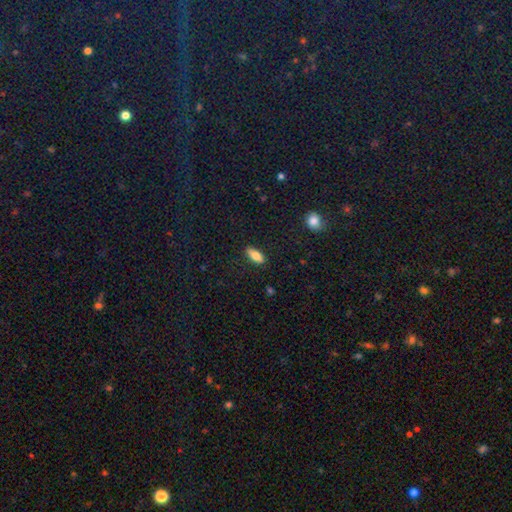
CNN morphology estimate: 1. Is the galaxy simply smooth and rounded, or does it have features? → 76% smooth, 17% featured or disk, 7% star or artifact.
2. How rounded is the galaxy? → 77% in between, 20% cigar-shaped, 3% round.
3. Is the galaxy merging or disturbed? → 86% none, 10% minor disturbance, 2% major disturbance, 1% merger.